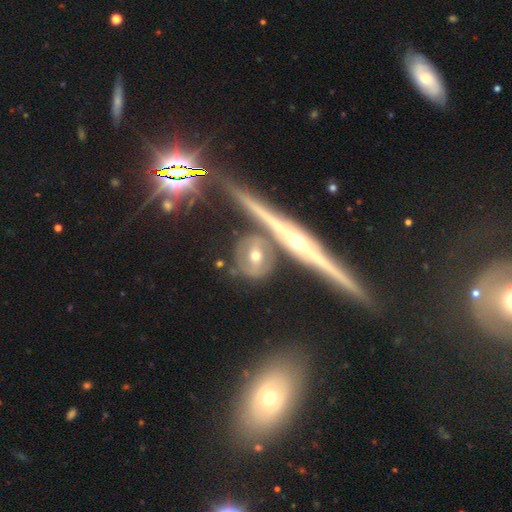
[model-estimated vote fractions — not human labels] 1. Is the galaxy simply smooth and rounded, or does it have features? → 59% featured or disk, 29% smooth, 12% star or artifact.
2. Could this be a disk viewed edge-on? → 80% yes, 20% no.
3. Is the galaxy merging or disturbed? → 72% none, 14% minor disturbance, 11% merger, 4% major disturbance.